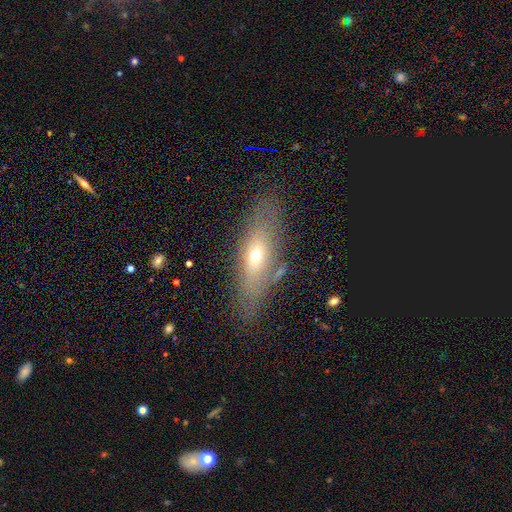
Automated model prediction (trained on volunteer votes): This is possibly a smooth galaxy (48%). Merging: likely none (74%).